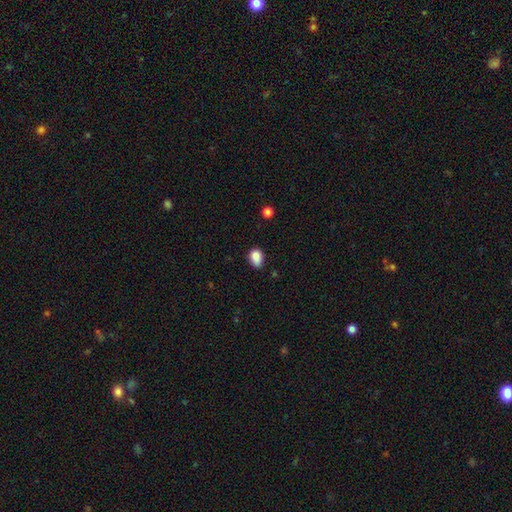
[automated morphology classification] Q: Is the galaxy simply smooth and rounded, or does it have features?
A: smooth — 83%.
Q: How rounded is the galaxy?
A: in between — 68%.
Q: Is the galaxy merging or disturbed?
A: none — 57%.